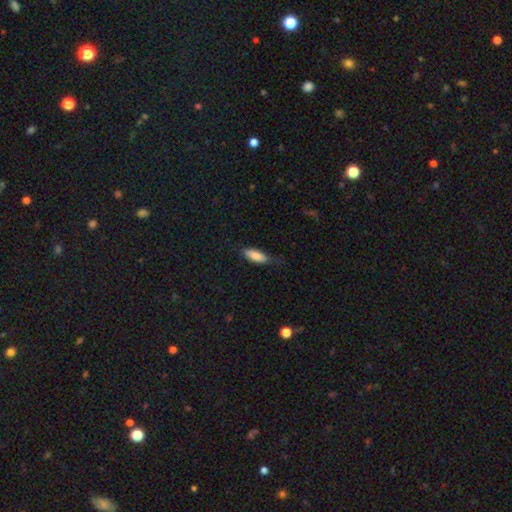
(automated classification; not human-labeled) Smooth or featured: smooth — 84% (featured or disk — 10%)
How rounded: in between — 71% (cigar-shaped — 27%)
Merging: none — 73% (minor disturbance — 21%)